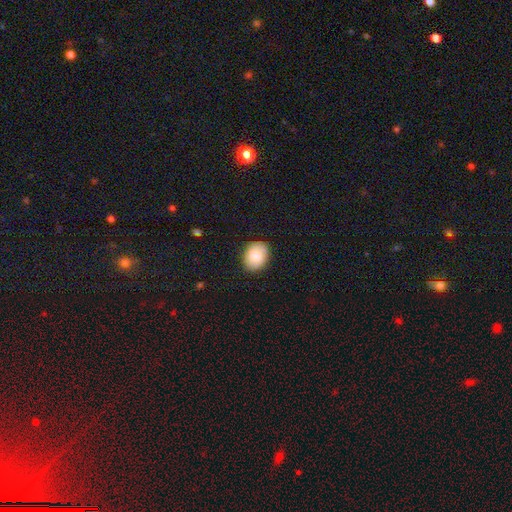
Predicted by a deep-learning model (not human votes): Q: Smooth or featured?
A: smooth (84%); runner-up: featured or disk (9%)
Q: How rounded?
A: in between (61%); runner-up: round (38%)
Q: Merging?
A: none (86%); runner-up: minor disturbance (11%)